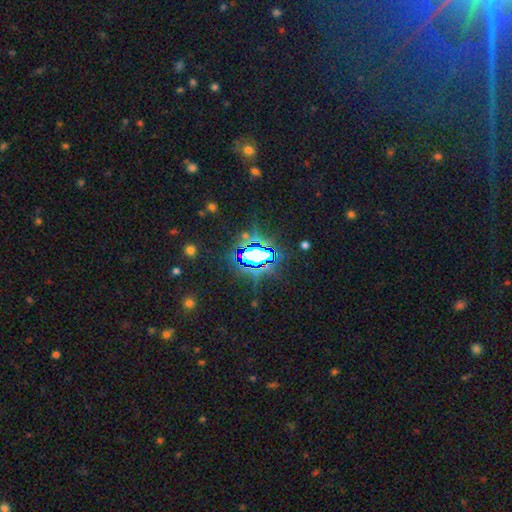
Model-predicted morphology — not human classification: A star or artifact, not a galaxy (77%).

Vote fractions:
- Smooth or featured? star or artifact: 77% / smooth: 13% / featured or disk: 11%